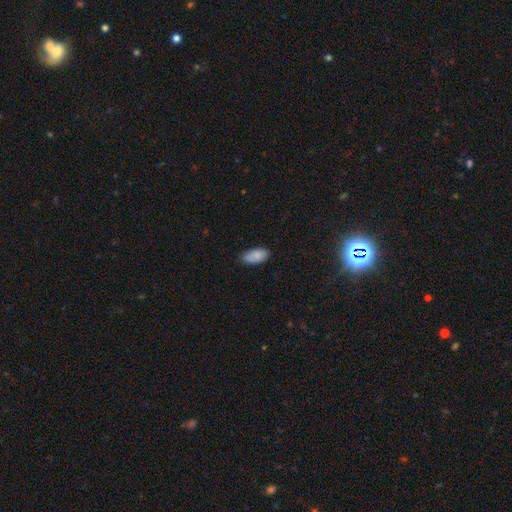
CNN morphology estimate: type=smooth (87%); roundness=in between (92%); merging=none (80%).